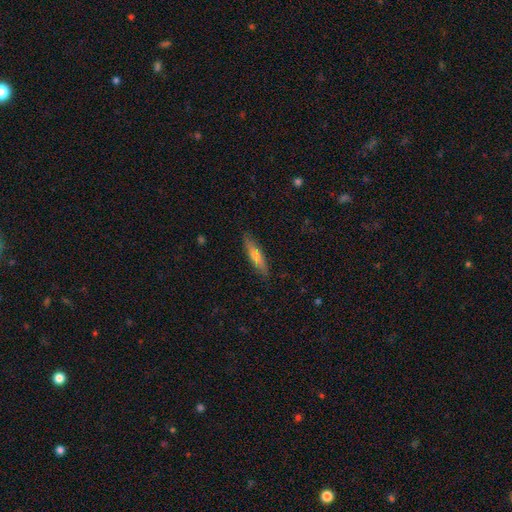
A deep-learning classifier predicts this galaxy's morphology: This is possibly a smooth galaxy (56%). How rounded: likely cigar-shaped (77%). Merging: clearly none (86%).